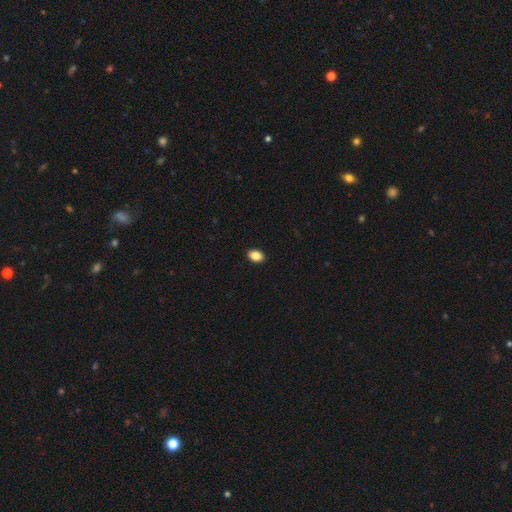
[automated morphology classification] smooth-or-featured: smooth: 87% | star or artifact: 8% | featured or disk: 4%
  how-rounded: in between: 81% | round: 18% | cigar-shaped: 1%
  merging: none: 91% | minor disturbance: 7% | major disturbance: 2% | merger: 1%